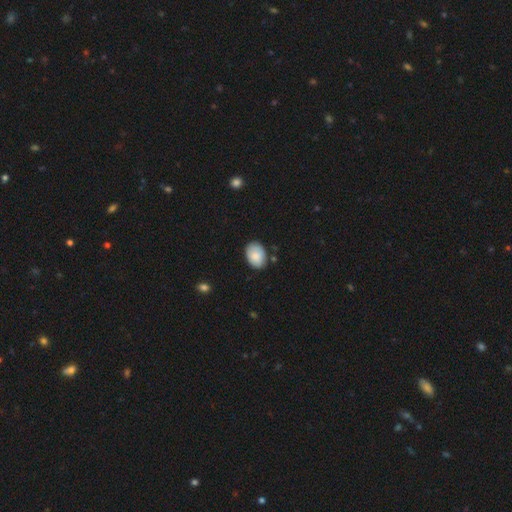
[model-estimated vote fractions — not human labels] Overall: smooth (85%). How rounded: in between (78%). Merging: none (78%).